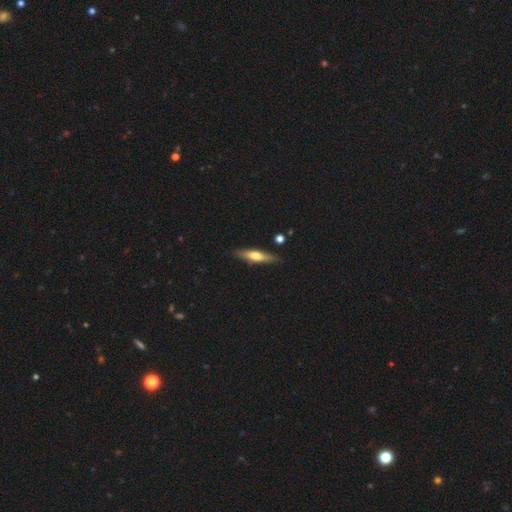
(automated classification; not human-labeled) Morphology: type=featured or disk (50%); edge-on=yes (91%); merging=none (86%).